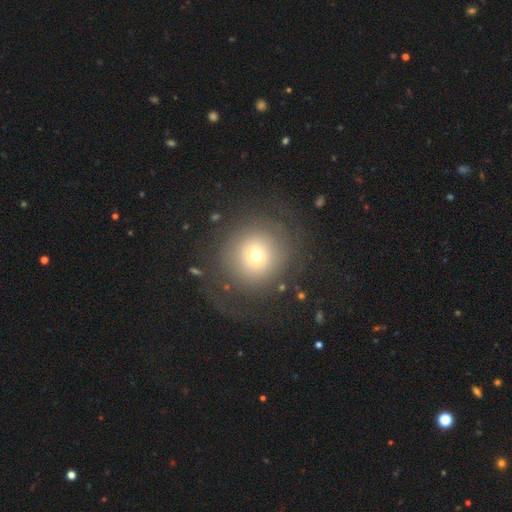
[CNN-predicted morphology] Q: Smooth or featured?
A: smooth (58%); runner-up: featured or disk (28%)
Q: How rounded?
A: round (92%); runner-up: in between (7%)
Q: Merging?
A: none (69%); runner-up: major disturbance (17%)